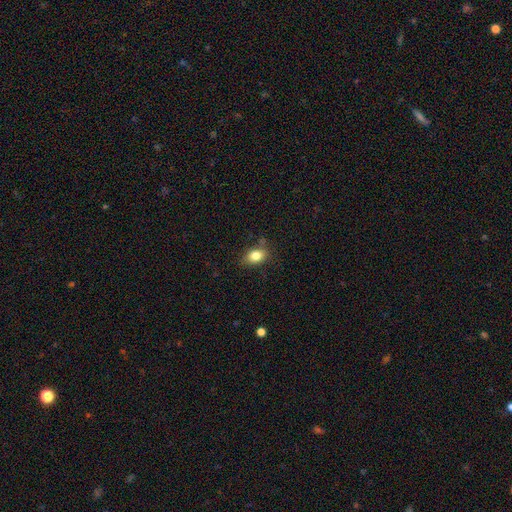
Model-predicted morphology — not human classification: Smooth or featured? Predicted: smooth (p=0.82). How rounded? Predicted: in between (p=0.78). Merging? Predicted: none (p=0.76).